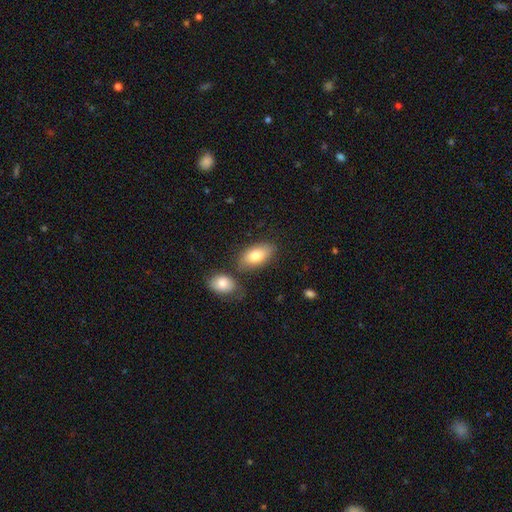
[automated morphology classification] A smooth galaxy with no disk features (80%) that is in between round and cigar-shaped (92%). Merging: none (70%).